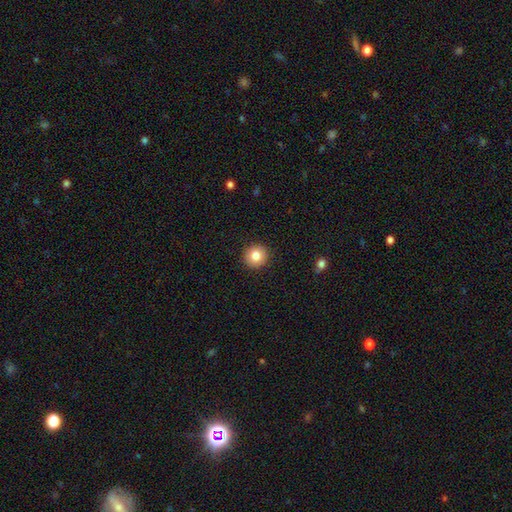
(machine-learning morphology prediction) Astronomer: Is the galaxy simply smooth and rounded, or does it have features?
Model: smooth — 83%.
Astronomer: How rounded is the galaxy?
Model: round — 93%.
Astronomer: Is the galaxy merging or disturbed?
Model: none — 92%.